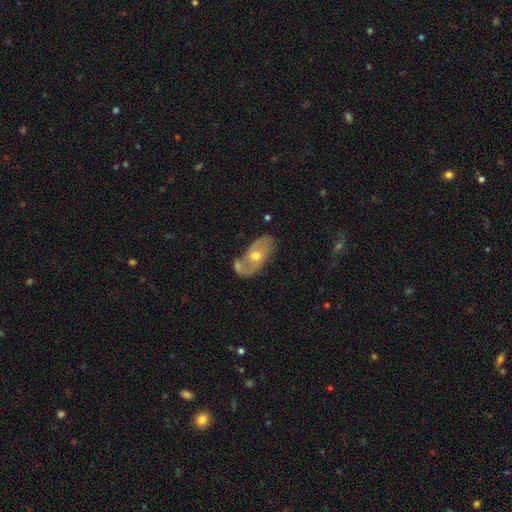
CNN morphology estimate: featured or disk 64%, smooth 29%, star or artifact 7%. Down the decision tree: edge-on disk — no (90%); bar — no (72%); spiral arms — yes (63%); bulge size — moderate (74%); merging — none (56%).